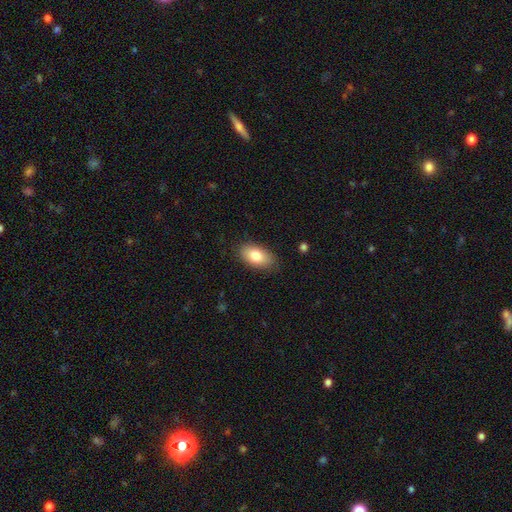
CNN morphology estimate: Smooth or featured?
  - smooth: 81% *
  - featured or disk: 12%
  - star or artifact: 7%
How rounded?
  - in between: 92% *
  - round: 5%
  - cigar-shaped: 3%
Merging?
  - none: 83% *
  - minor disturbance: 13%
  - major disturbance: 3%
  - merger: 1%